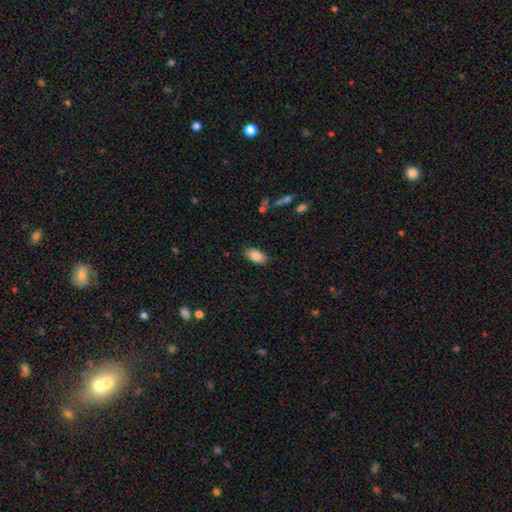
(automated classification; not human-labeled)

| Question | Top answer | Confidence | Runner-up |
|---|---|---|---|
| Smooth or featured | smooth | 85% | featured or disk (8%) |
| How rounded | in between | 92% | cigar-shaped (4%) |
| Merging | none | 85% | minor disturbance (11%) |